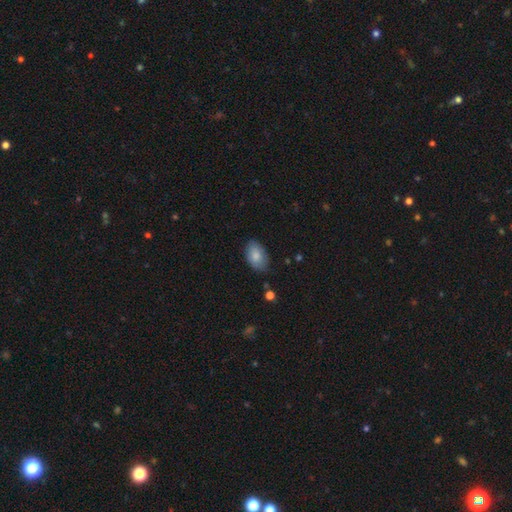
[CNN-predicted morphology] Smooth or featured: smooth — 83% (featured or disk — 11%)
How rounded: in between — 92% (round — 7%)
Merging: none — 77% (minor disturbance — 18%)